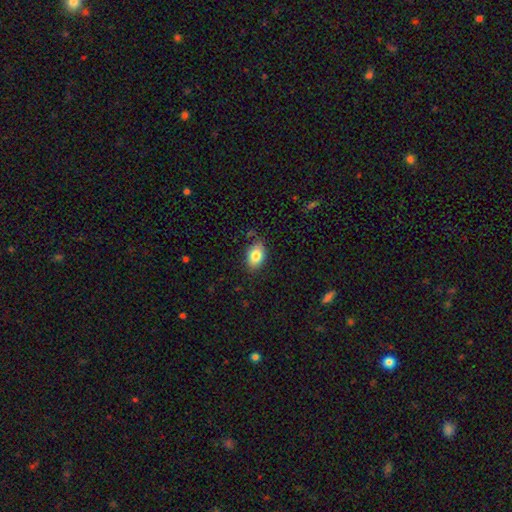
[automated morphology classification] smooth 82%, featured or disk 10%, star or artifact 8%. Down the decision tree: how rounded — in between (85%); merging — none (77%).